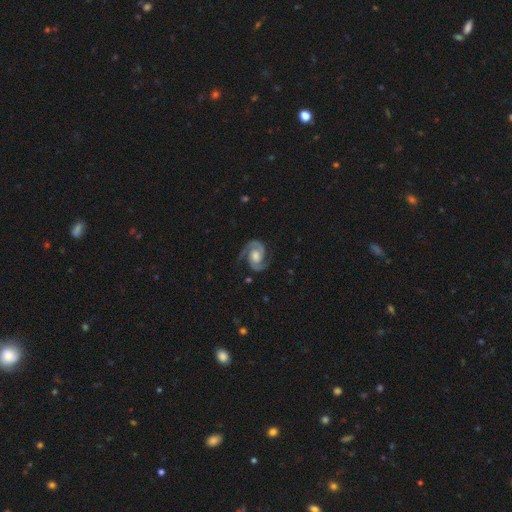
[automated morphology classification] This is clearly a featured or disk galaxy (92%). It is clearly not viewed edge-on (98%). Bar: likely no (60%). Spiral arm pattern: clearly yes (98%). Spiral arm count: clearly 2 (94%). Spiral winding: possibly medium (56%). Central bulge: possibly moderate (49%). Merging: likely none (80%).